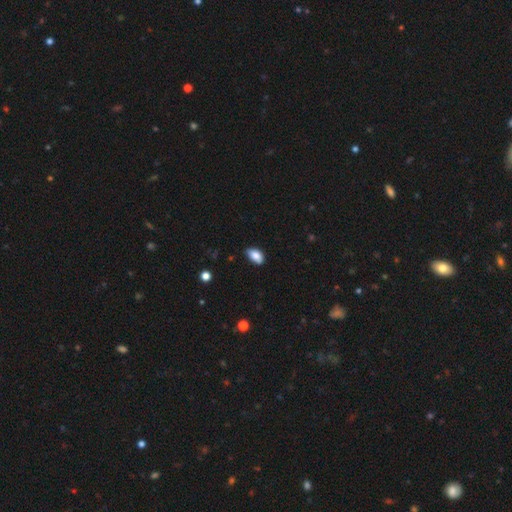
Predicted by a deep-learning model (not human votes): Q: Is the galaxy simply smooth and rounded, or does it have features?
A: smooth — 83%.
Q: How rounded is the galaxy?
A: in between — 92%.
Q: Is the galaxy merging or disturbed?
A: none — 68%.